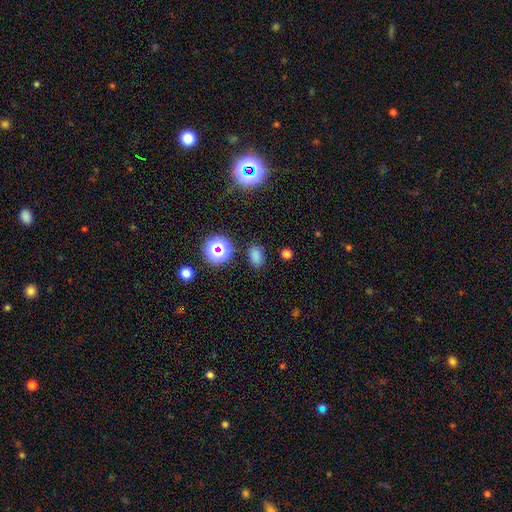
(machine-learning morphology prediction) Smooth or featured?
  - smooth: 75% *
  - star or artifact: 20%
  - featured or disk: 5%
How rounded?
  - in between: 80% *
  - round: 18%
  - cigar-shaped: 2%
Merging?
  - none: 83% *
  - minor disturbance: 11%
  - major disturbance: 4%
  - merger: 3%